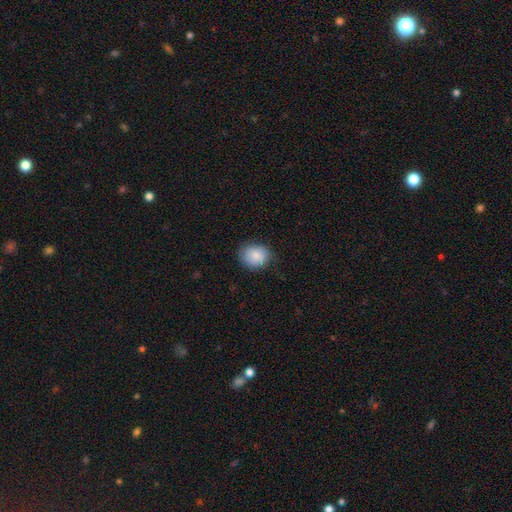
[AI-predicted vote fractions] Morphology: type=smooth (86%); roundness=round (60%); merging=none (77%).